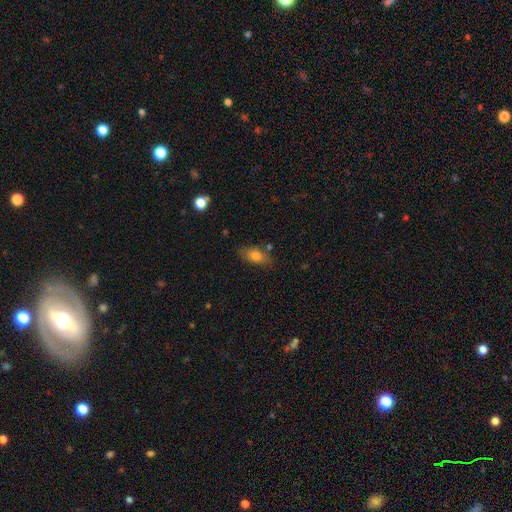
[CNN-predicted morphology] smooth 77%, featured or disk 14%, star or artifact 8%. Down the decision tree: how rounded — in between (85%); merging — none (73%).